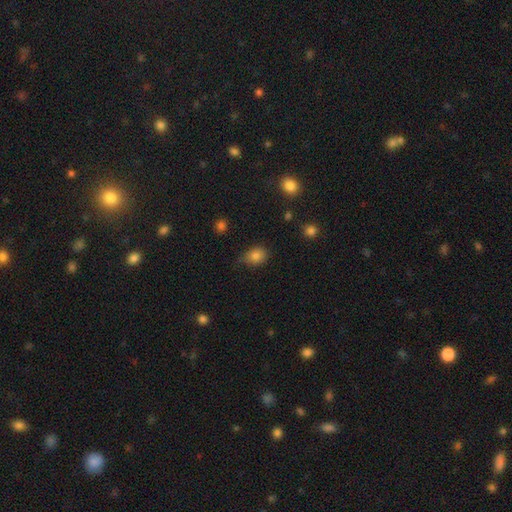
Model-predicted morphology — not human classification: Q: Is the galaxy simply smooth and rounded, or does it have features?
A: smooth — 81%.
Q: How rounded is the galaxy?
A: in between — 55%.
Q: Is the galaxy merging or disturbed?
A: none — 64%.